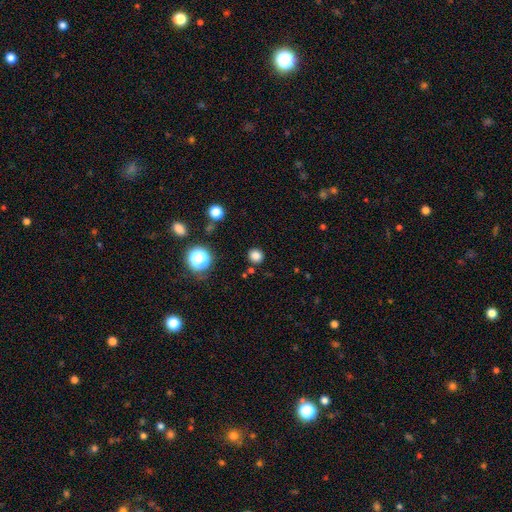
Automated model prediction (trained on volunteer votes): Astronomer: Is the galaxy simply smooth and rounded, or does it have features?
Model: smooth — 81%.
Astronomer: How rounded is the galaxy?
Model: round — 88%.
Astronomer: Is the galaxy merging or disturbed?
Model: none — 89%.